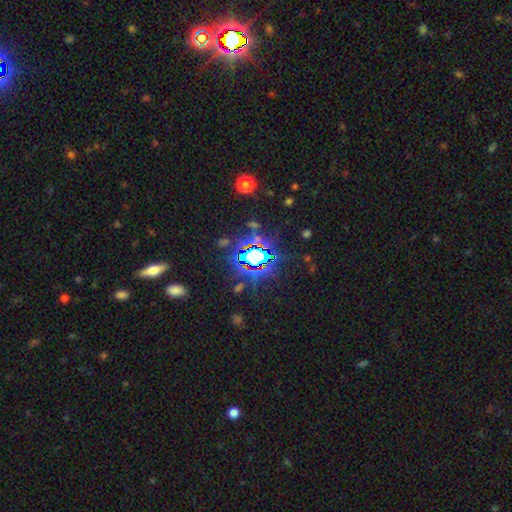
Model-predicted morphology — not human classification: Smooth or featured? Predicted: star or artifact (p=0.70).